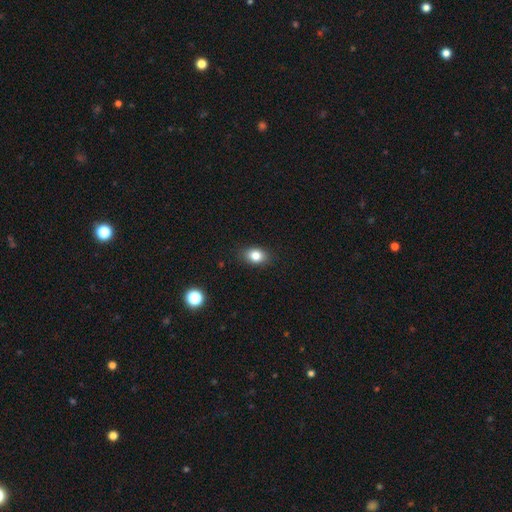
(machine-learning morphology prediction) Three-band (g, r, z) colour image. It shows a smooth galaxy with no disk features (82%) that is in between round and cigar-shaped (71%). Merging: none (87%).